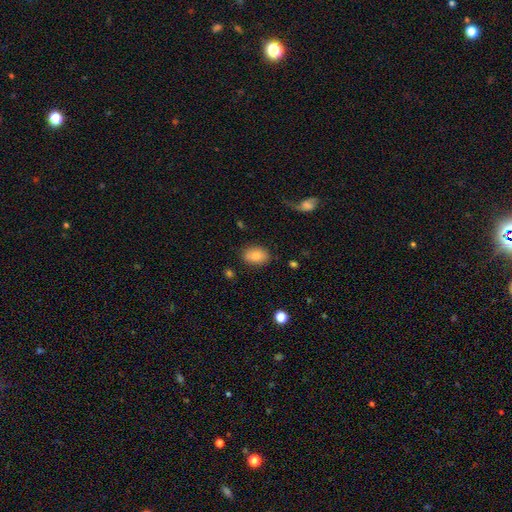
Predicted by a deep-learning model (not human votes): smooth 80%, featured or disk 12%, star or artifact 8%. Down the decision tree: how rounded — in between (82%); merging — none (84%).